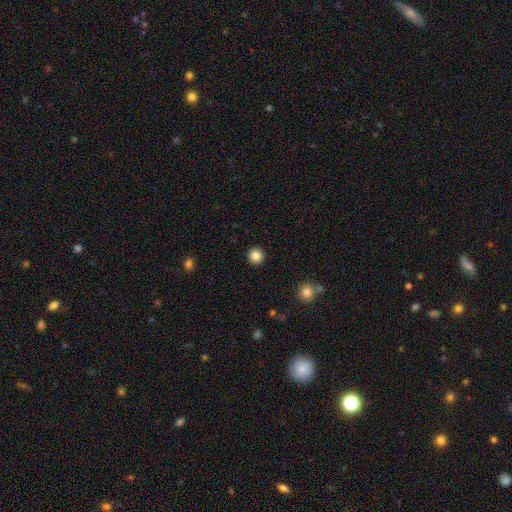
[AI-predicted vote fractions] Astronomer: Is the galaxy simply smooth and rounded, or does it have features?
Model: smooth — 85%.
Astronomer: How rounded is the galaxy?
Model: round — 95%.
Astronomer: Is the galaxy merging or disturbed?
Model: none — 93%.